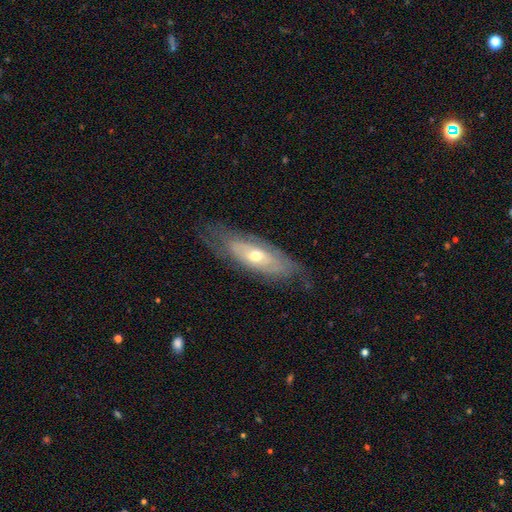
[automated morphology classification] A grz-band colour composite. It shows a featured or disk galaxy (64%). Merging: none (72%).